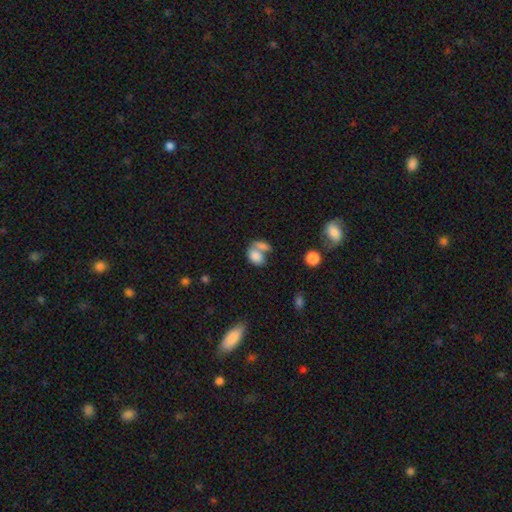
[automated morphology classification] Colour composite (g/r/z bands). It shows a smooth galaxy with no disk features (81%) that is in between round and cigar-shaped (83%). Merging: merger (57%).